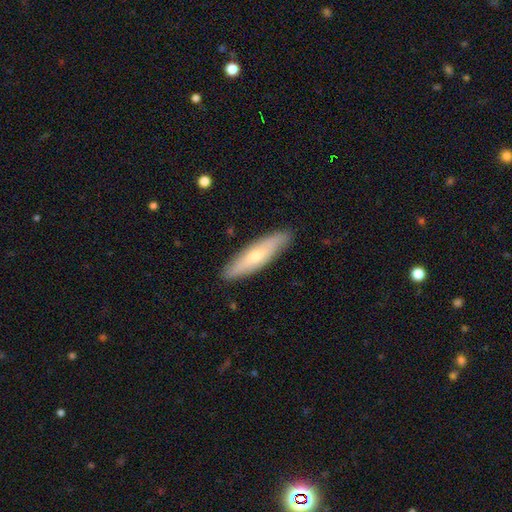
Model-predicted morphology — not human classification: A smooth galaxy with no disk features (55%) that is cigar-shaped (70%). Merging: none (87%).